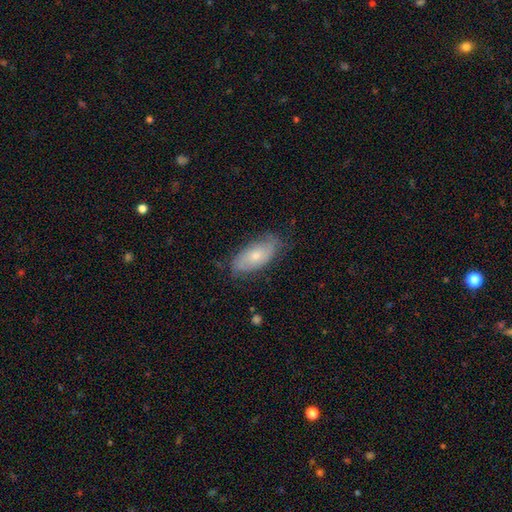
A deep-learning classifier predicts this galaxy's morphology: Smooth or featured?
  - smooth: 50% *
  - featured or disk: 44%
  - star or artifact: 7%
Merging?
  - none: 71% *
  - minor disturbance: 22%
  - major disturbance: 6%
  - merger: 1%